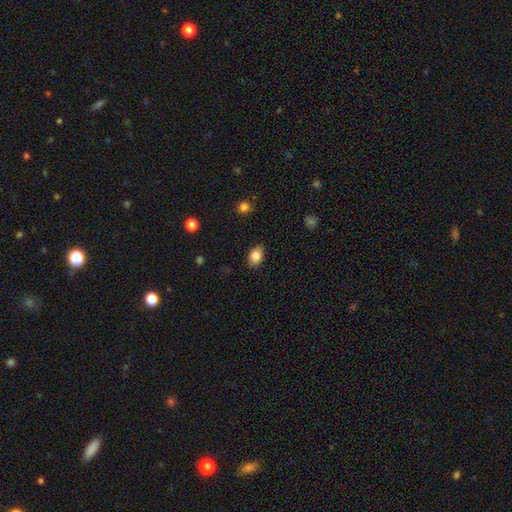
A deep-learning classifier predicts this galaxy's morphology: smooth-or-featured: smooth: 86% | star or artifact: 9% | featured or disk: 6%
  how-rounded: in between: 79% | round: 20% | cigar-shaped: 1%
  merging: none: 86% | minor disturbance: 11% | major disturbance: 2% | merger: 1%